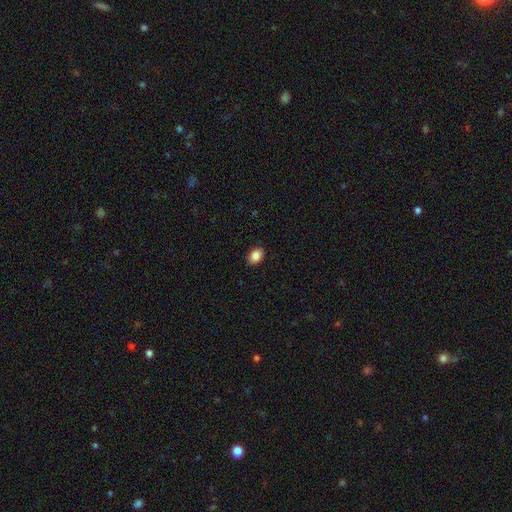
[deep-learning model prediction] This appears to be a smooth galaxy with no disk features (86%) that is in between round and cigar-shaped (79%). Merging: none (89%).